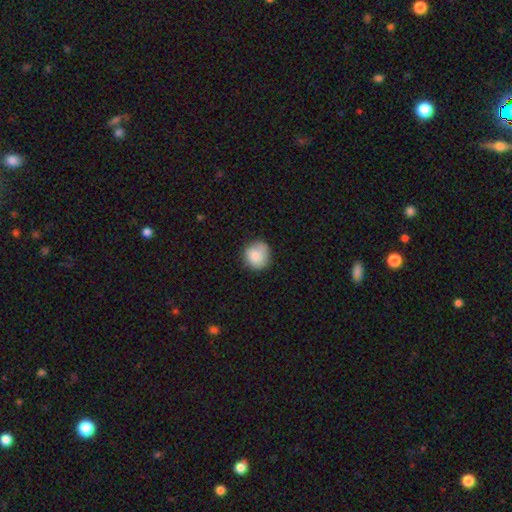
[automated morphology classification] smooth 85%, featured or disk 8%, star or artifact 7%. Down the decision tree: how rounded — round (87%); merging — none (73%).